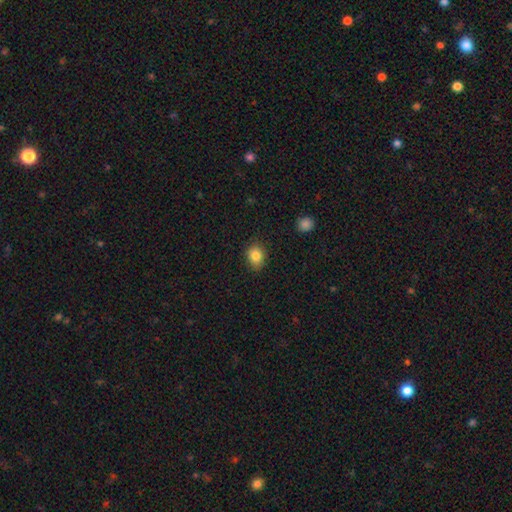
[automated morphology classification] Overall: smooth (83%). How rounded: round (57%; in between 42%). Merging: none (85%).